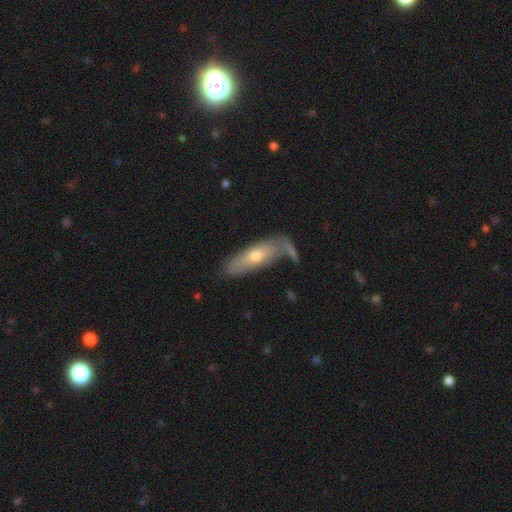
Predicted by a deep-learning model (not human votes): smooth-or-featured: smooth: 57% | featured or disk: 37% | star or artifact: 6%
  how-rounded: in between: 49% (tied) | cigar-shaped: 49% (tied) | round: 2%
  merging: none: 62% | minor disturbance: 19% | merger: 12% | major disturbance: 7%